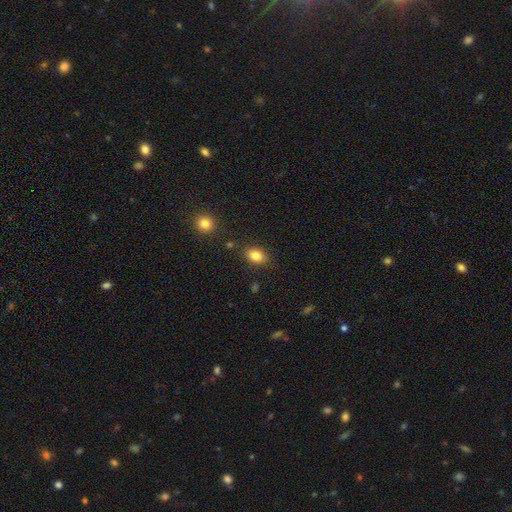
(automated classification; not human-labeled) This is clearly a smooth galaxy (84%). How rounded: likely in between (75%). Merging: clearly none (83%).